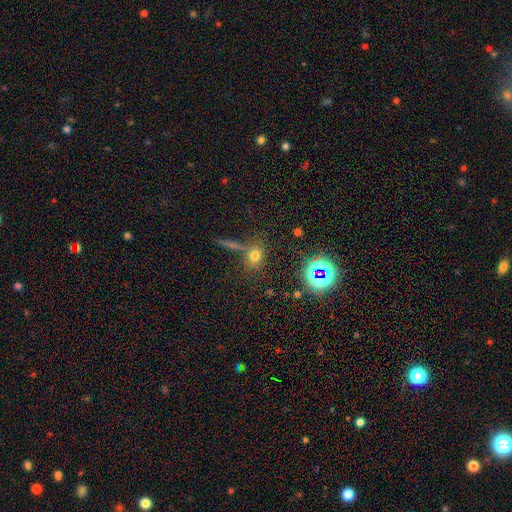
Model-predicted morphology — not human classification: Smooth or featured: smooth — 61% (star or artifact — 27%)
How rounded: round — 56% (in between — 39%)
Merging: none — 67% (merger — 16%)